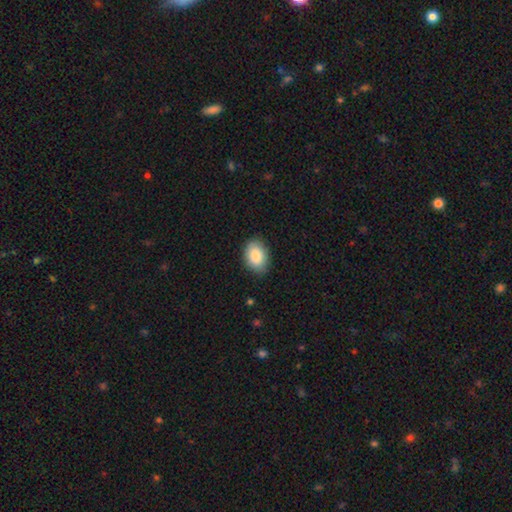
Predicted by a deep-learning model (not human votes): Smooth or featured? smooth (85%)
How rounded? in between (84%)
Merging? none (86%)